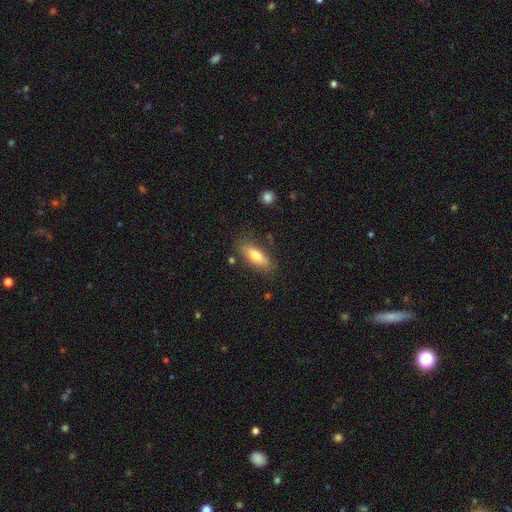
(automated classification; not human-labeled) Smooth or featured? Predicted: smooth (p=0.71). How rounded? Predicted: in between (p=0.60). Merging? Predicted: none (p=0.79).